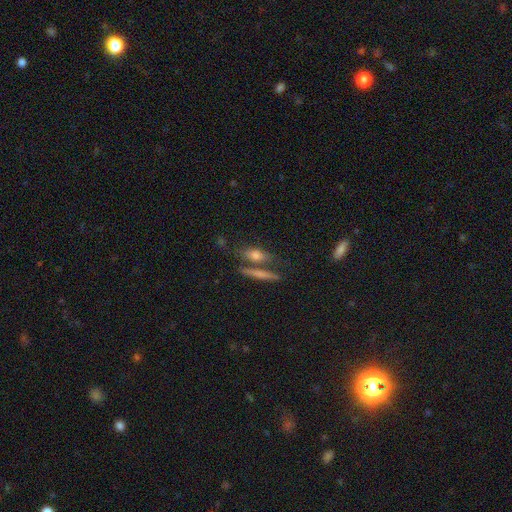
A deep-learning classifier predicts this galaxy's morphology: This is likely a smooth galaxy (60%). How rounded: possibly cigar-shaped (57%). Merging: likely none (61%).